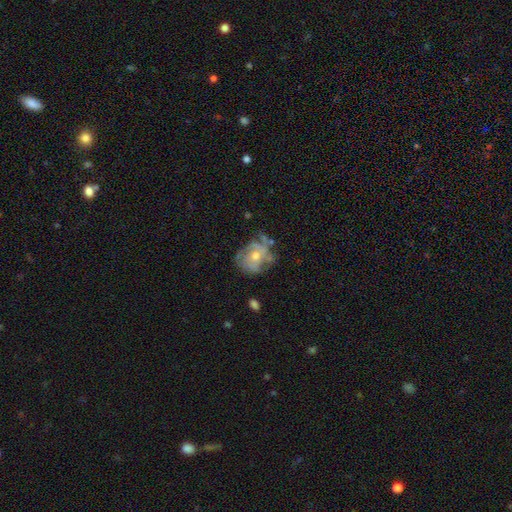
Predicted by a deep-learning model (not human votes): Morphology: type=featured or disk (65%); edge-on=no (97%); bar=no (82%); spiral arms=yes (62%); bulge=moderate (59%); merging=none (54%).